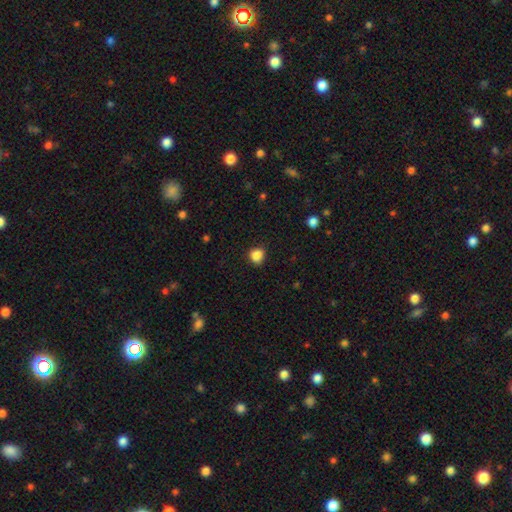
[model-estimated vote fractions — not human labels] smooth-or-featured: smooth: 86% | star or artifact: 10% | featured or disk: 4%
  how-rounded: round: 74% | in between: 25% | cigar-shaped: 1%
  merging: none: 80% | minor disturbance: 15% | major disturbance: 3% | merger: 1%